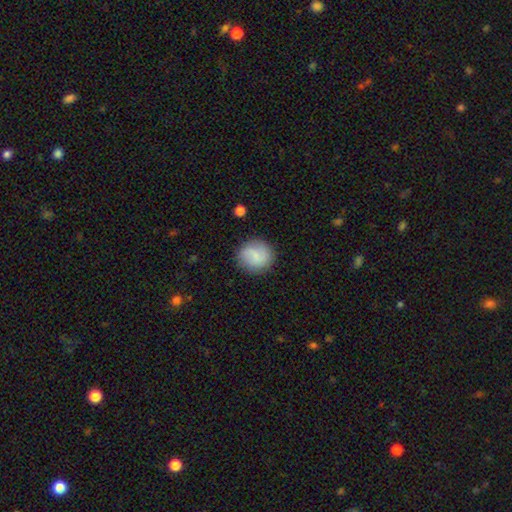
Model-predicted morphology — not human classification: smooth_or_featured: smooth (p=0.75) [alt: featured or disk p=0.17]
how_rounded: round (p=0.89) [alt: in between p=0.10]
merging: none (p=0.84) [alt: minor disturbance p=0.11]